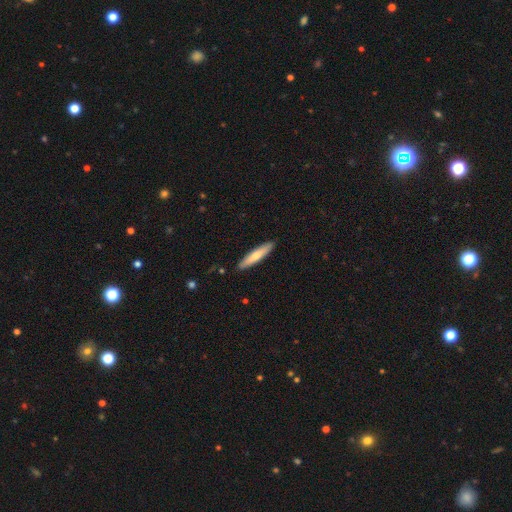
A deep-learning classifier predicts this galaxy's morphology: smooth-or-featured: smooth: 69% | featured or disk: 26% | star or artifact: 5%
  how-rounded: cigar-shaped: 86% | in between: 13% | round: 1%
  merging: none: 90% | minor disturbance: 8% | major disturbance: 1% | merger: 1%